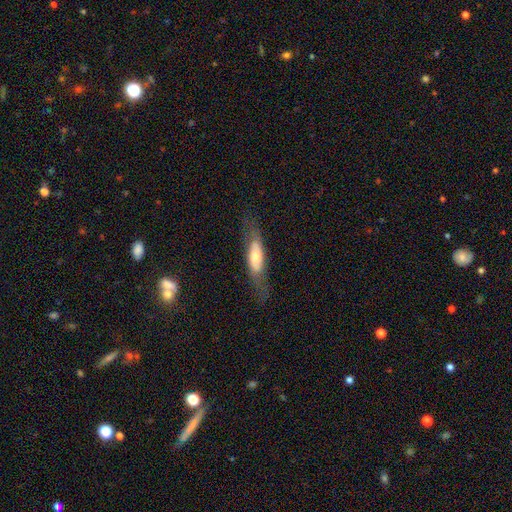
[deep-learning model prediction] Smooth or featured? featured or disk (47%)
Merging? none (68%)